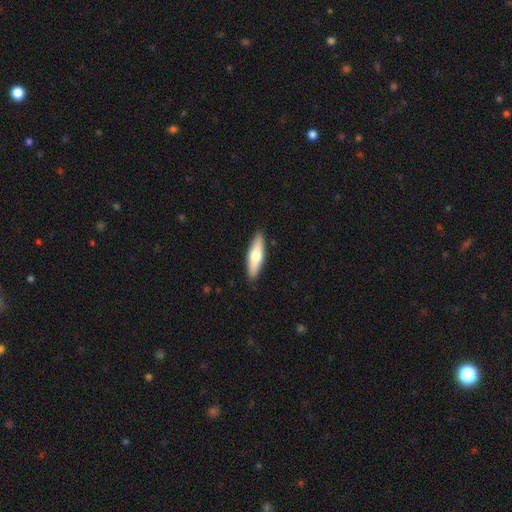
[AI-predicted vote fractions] Smooth or featured? Predicted: smooth (p=0.62). How rounded? Predicted: cigar-shaped (p=0.61). Merging? Predicted: none (p=0.89).